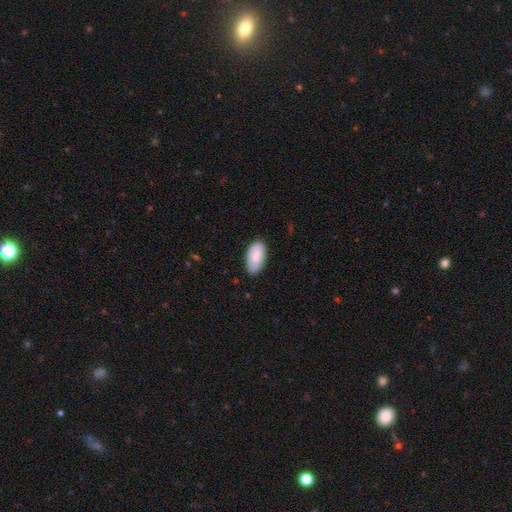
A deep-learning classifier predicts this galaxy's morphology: Q: Smooth or featured?
A: smooth (85%); runner-up: featured or disk (9%)
Q: How rounded?
A: in between (95%); runner-up: round (2%)
Q: Merging?
A: none (77%); runner-up: minor disturbance (19%)